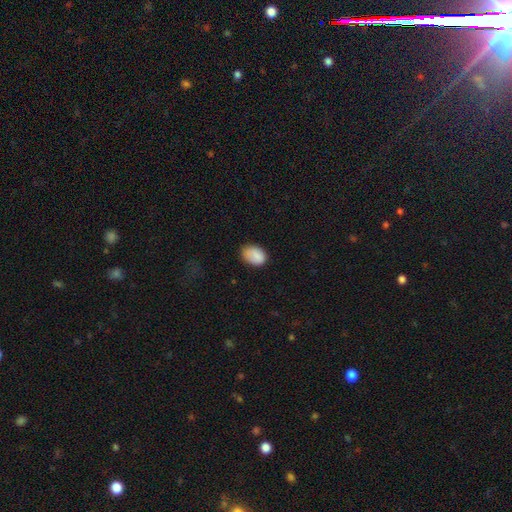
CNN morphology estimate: Smooth or featured? Predicted: smooth (p=0.87). How rounded? Predicted: in between (p=0.81). Merging? Predicted: none (p=0.72).